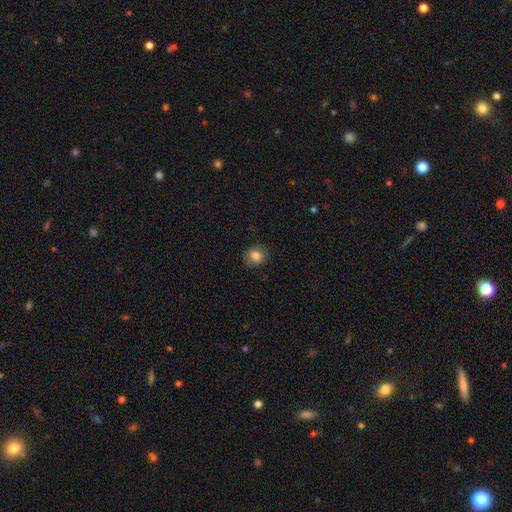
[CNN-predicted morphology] smooth 82%, star or artifact 11%, featured or disk 8%. Down the decision tree: how rounded — round (66%); merging — none (84%).